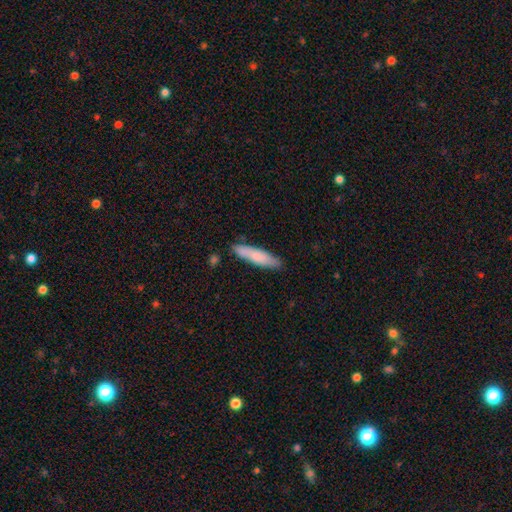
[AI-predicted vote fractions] Smooth or featured? smooth (76%)
How rounded? cigar-shaped (79%)
Merging? none (82%)